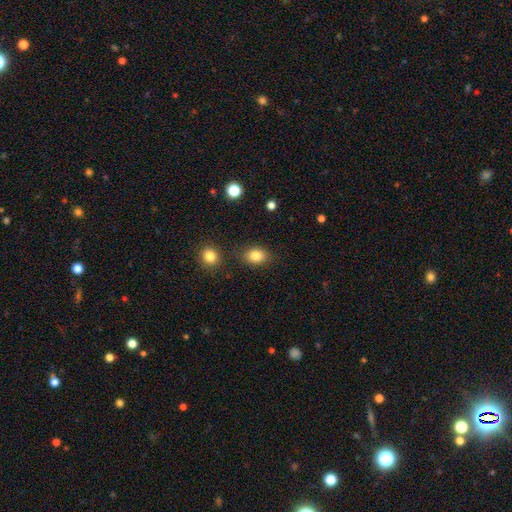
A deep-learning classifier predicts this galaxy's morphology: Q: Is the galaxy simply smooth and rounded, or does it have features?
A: smooth — 84%.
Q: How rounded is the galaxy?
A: in between — 69%.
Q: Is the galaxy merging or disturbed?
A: none — 80%.